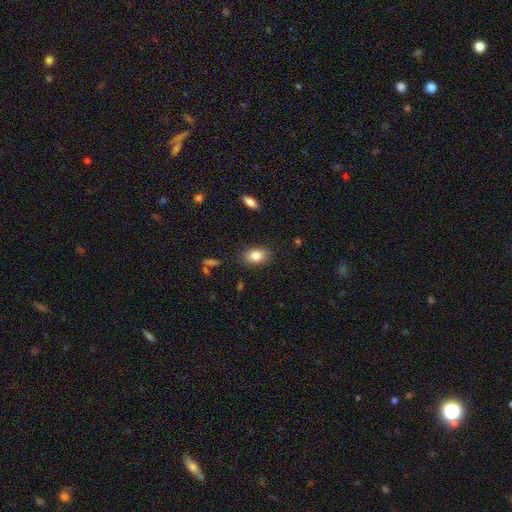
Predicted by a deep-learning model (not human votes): This is clearly a smooth galaxy (84%). How rounded: clearly in between (85%). Merging: clearly none (85%).